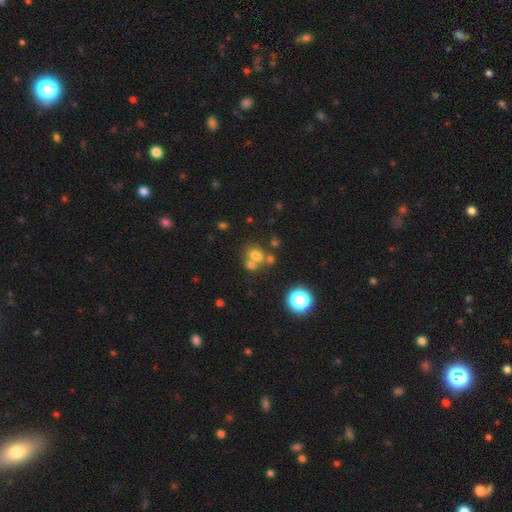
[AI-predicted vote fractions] A smooth galaxy with no disk features (64%) that is round (59%).

Vote fractions:
- Smooth or featured? smooth: 64% / star or artifact: 21% / featured or disk: 15%
- How rounded? round: 59% / in between: 39% / cigar-shaped: 1%
- Merging? none: 44% / merger: 42% / minor disturbance: 9% / major disturbance: 5%